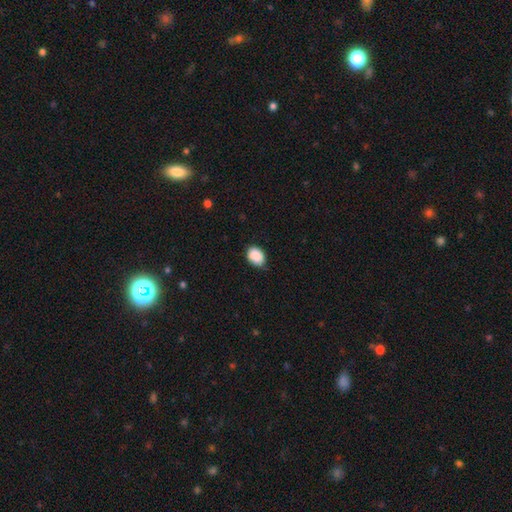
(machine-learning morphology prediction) Smooth or featured: smooth — 89% (star or artifact — 7%)
How rounded: in between — 75% (round — 24%)
Merging: none — 71% (minor disturbance — 25%)